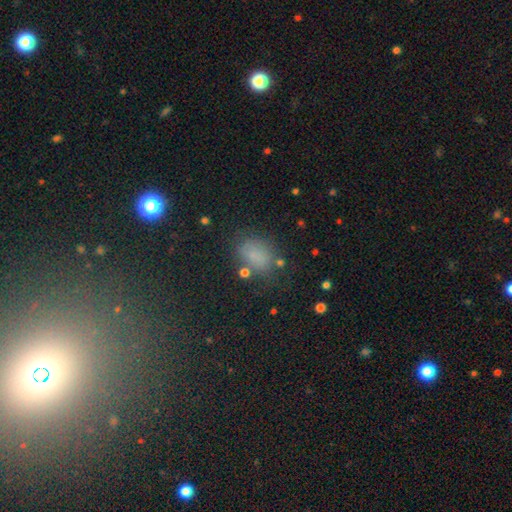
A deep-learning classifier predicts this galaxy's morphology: smooth_or_featured: smooth (p=0.69) [alt: star or artifact p=0.21]
how_rounded: in between (p=0.70) [alt: round p=0.28]
merging: none (p=0.69) [alt: minor disturbance p=0.18]